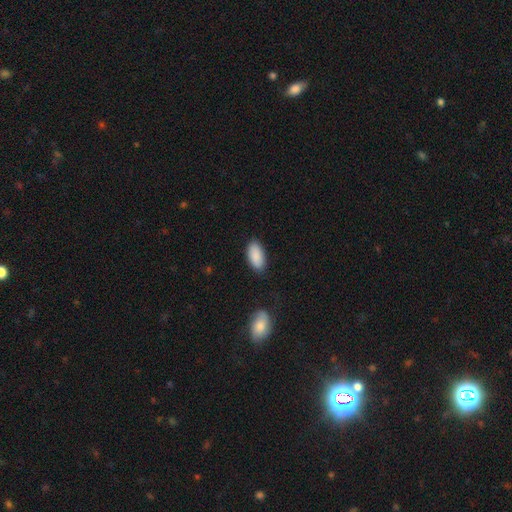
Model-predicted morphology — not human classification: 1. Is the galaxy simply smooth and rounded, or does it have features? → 90% smooth, 6% star or artifact, 4% featured or disk.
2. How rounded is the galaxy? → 93% in between, 5% cigar-shaped, 2% round.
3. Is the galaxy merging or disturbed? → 86% none, 10% minor disturbance, 2% major disturbance, 2% merger.